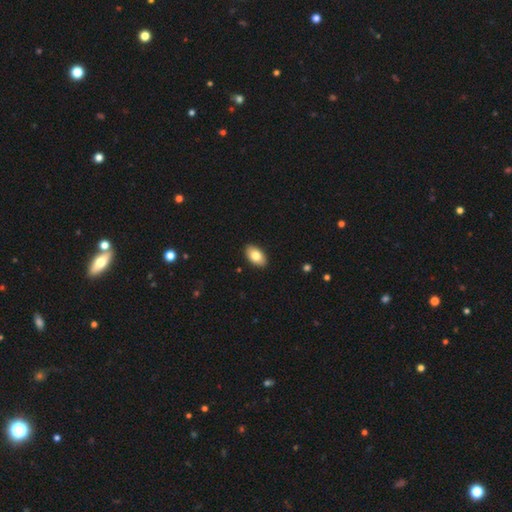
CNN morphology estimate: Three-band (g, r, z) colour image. It shows a smooth galaxy with no disk features (80%) that is in between round and cigar-shaped (93%). Merging: none (90%).